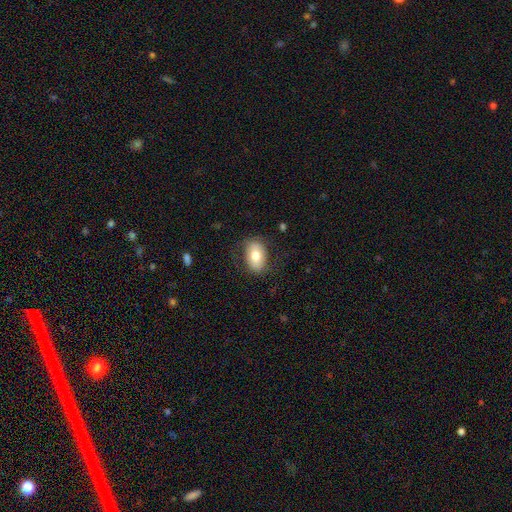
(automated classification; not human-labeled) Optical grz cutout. It shows a smooth galaxy with no disk features (73%) that is in between round and cigar-shaped (88%). Merging: none (77%).